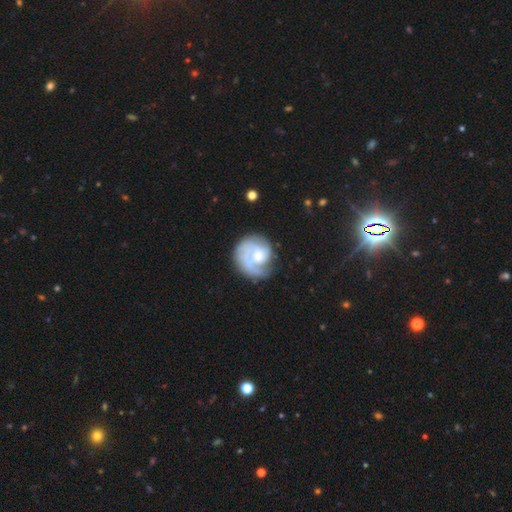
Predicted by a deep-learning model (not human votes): Q: Smooth or featured?
A: featured or disk (73%); runner-up: smooth (21%)
Q: Edge-on disk?
A: no (98%); runner-up: yes (2%)
Q: Bar?
A: no (69%); runner-up: weak (27%)
Q: Spiral arms?
A: yes (92%); runner-up: no (8%)
Q: Spiral winding?
A: tight (51%); runner-up: medium (33%)
Q: Spiral arm count?
A: 1 (57%); runner-up: 2 (20%)
Q: Bulge size?
A: moderate (43%); runner-up: small (36%)
Q: Merging?
A: none (65%); runner-up: minor disturbance (18%)